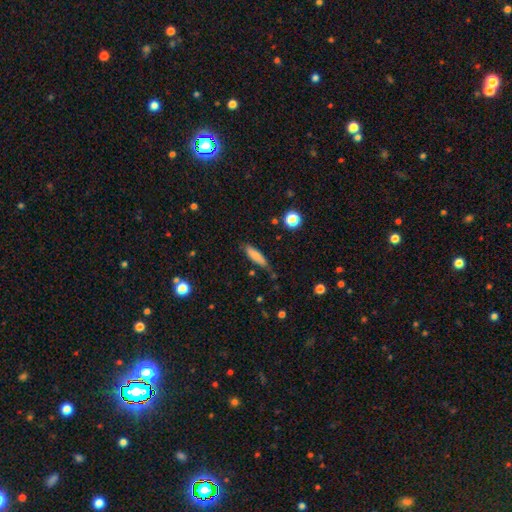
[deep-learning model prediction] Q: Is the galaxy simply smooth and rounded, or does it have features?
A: smooth — 80%.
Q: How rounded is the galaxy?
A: cigar-shaped — 62%.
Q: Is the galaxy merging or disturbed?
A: none — 69%.